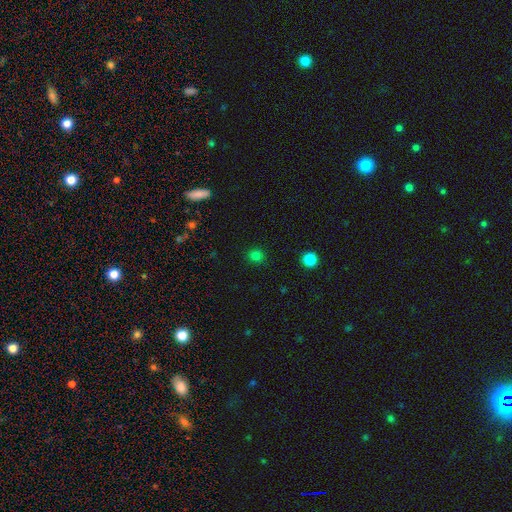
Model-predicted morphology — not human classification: This is likely a smooth galaxy (79%). How rounded: clearly round (88%). Merging: clearly none (90%).